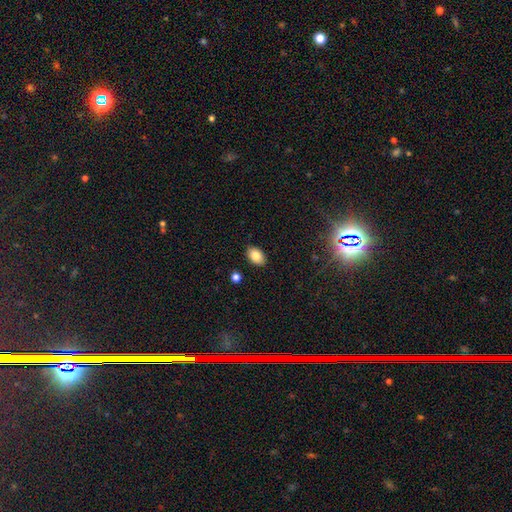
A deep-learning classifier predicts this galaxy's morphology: smooth_or_featured: smooth (p=0.85) [alt: star or artifact p=0.08]
how_rounded: in between (p=0.89) [alt: round p=0.10]
merging: none (p=0.88) [alt: minor disturbance p=0.09]